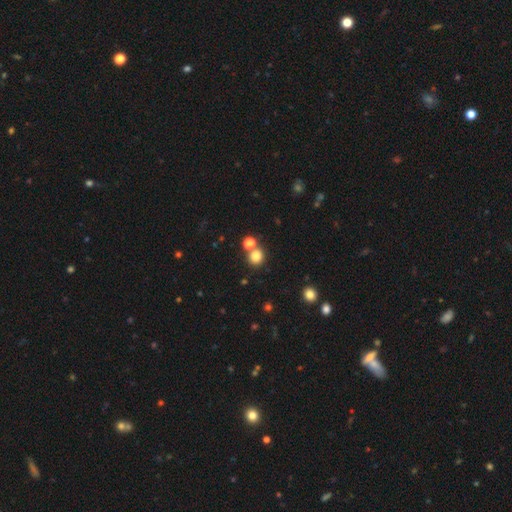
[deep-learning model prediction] Q: Smooth or featured?
A: smooth (80%); runner-up: star or artifact (14%)
Q: How rounded?
A: round (87%); runner-up: in between (12%)
Q: Merging?
A: none (70%); runner-up: merger (20%)